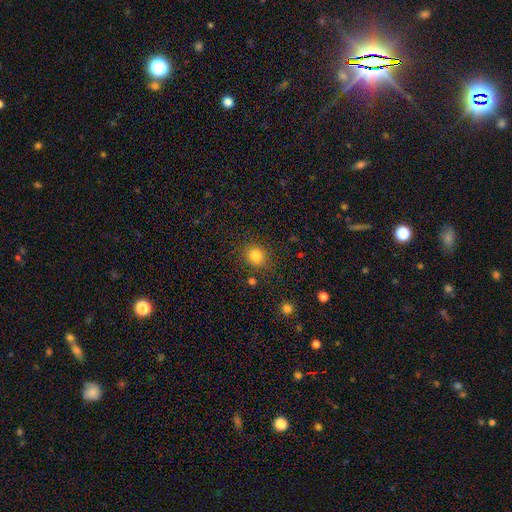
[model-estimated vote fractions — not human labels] Smooth or featured? Predicted: smooth (p=0.83). How rounded? Predicted: round (p=0.83). Merging? Predicted: none (p=0.84).